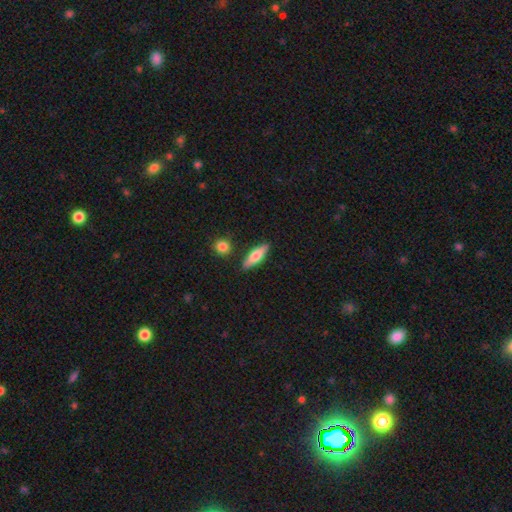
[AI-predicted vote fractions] smooth_or_featured: smooth (p=0.56) [alt: featured or disk p=0.38]
how_rounded: cigar-shaped (p=0.58) [alt: in between p=0.38]
merging: none (p=0.85) [alt: minor disturbance p=0.09]